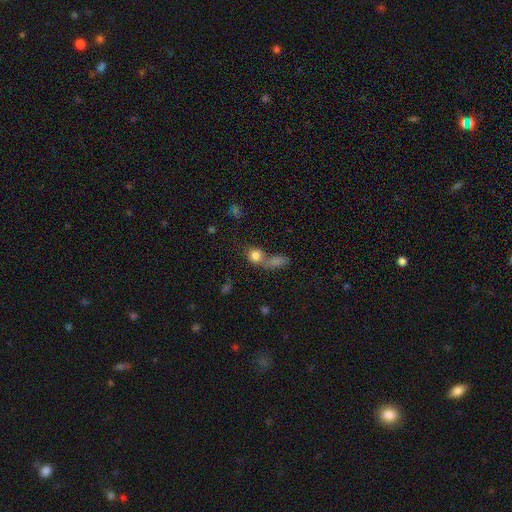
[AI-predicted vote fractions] Morphology: type=smooth (80%); roundness=round (75%); merging=merger (47%).